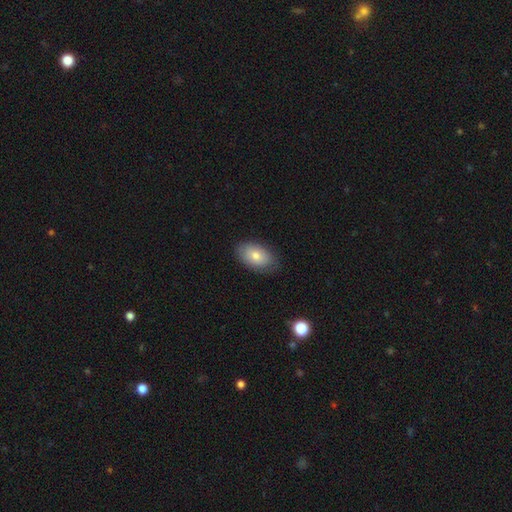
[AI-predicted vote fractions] Smooth or featured? Predicted: smooth (p=0.77). How rounded? Predicted: in between (p=0.91). Merging? Predicted: none (p=0.81).